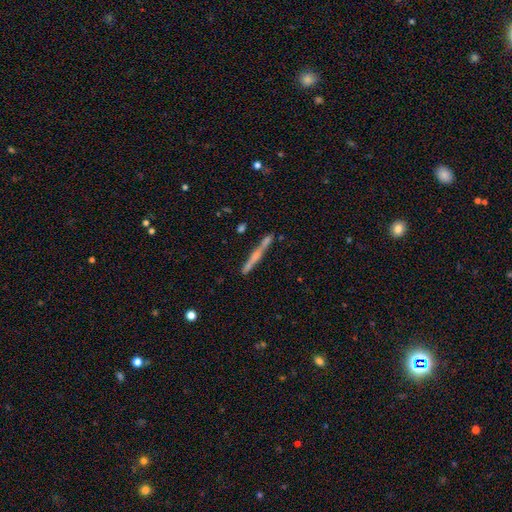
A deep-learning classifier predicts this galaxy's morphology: Smooth or featured? Predicted: featured or disk (p=0.67). Edge-on disk? Predicted: yes (p=0.97). Edge-on bulge? Predicted: rounded (p=0.56). Merging? Predicted: none (p=0.83).